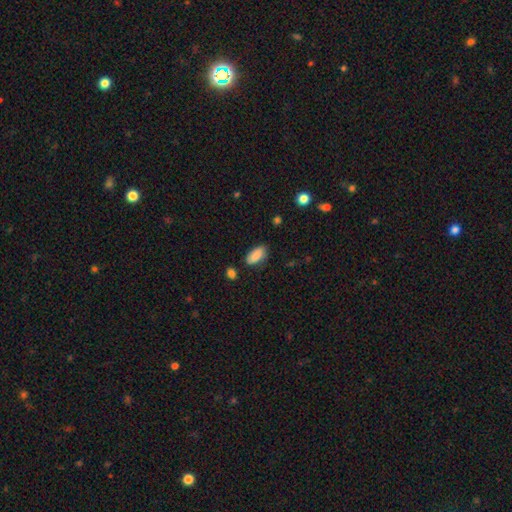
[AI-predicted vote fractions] Smooth or featured? Predicted: smooth (p=0.88). How rounded? Predicted: in between (p=0.92). Merging? Predicted: none (p=0.76).